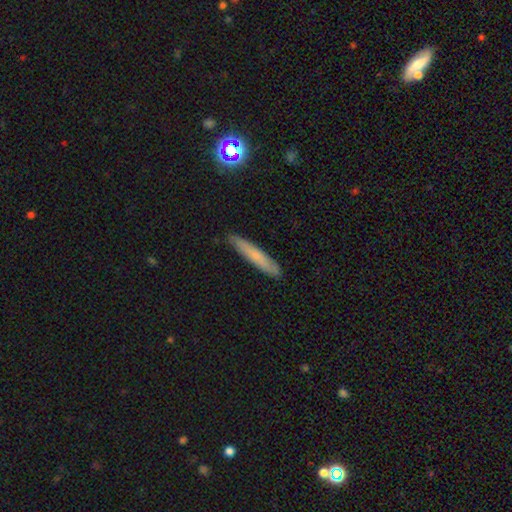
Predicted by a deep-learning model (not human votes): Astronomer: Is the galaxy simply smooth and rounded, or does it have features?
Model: smooth — 66%.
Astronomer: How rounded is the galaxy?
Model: cigar-shaped — 93%.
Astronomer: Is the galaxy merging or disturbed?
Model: none — 86%.